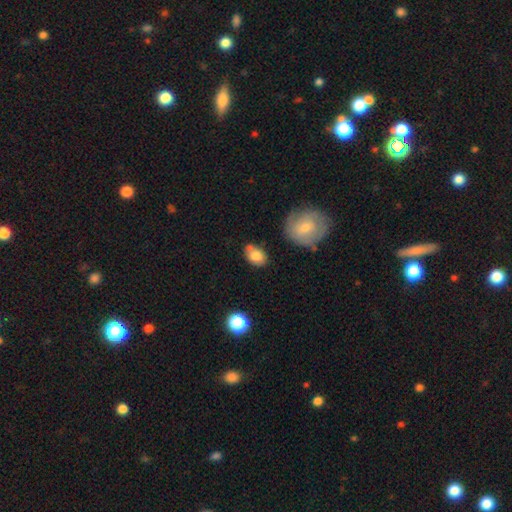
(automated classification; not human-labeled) The model was most divided on "merging": none: 63%, minor disturbance: 20%, merger: 12%, major disturbance: 5%. More confident: smooth or featured — smooth (80%); how rounded — in between (74%).